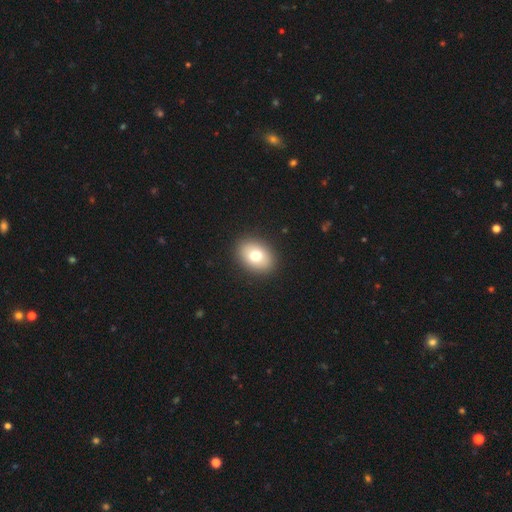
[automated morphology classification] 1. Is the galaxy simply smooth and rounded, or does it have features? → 76% smooth, 15% featured or disk, 9% star or artifact.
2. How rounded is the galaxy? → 69% in between, 30% round, 1% cigar-shaped.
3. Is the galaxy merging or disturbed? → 91% none, 6% minor disturbance, 2% major disturbance, 1% merger.